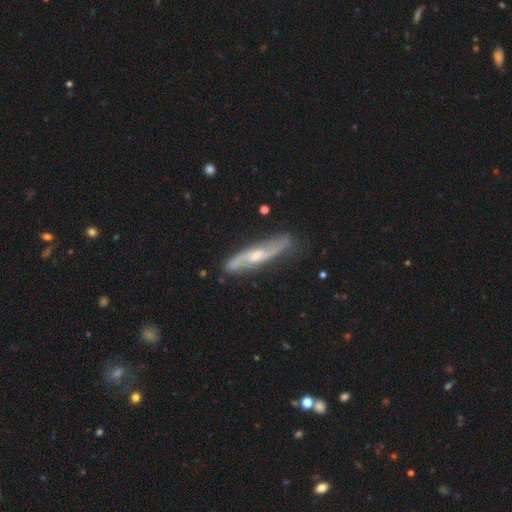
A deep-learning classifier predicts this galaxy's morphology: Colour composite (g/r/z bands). It shows a featured or disk galaxy (79%) with no bar (47%), spiral arms (94%) and a moderate central bulge (54%). Merging: none (80%).